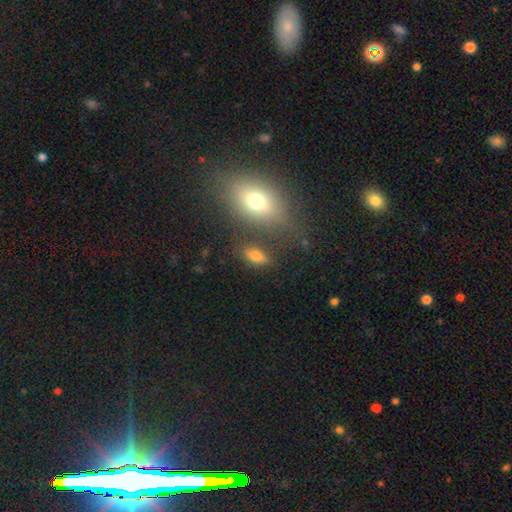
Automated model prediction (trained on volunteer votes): smooth_or_featured: smooth (p=0.72) [alt: featured or disk p=0.15]
how_rounded: in between (p=0.79) [alt: cigar-shaped p=0.12]
merging: none (p=0.72) [alt: minor disturbance p=0.15]